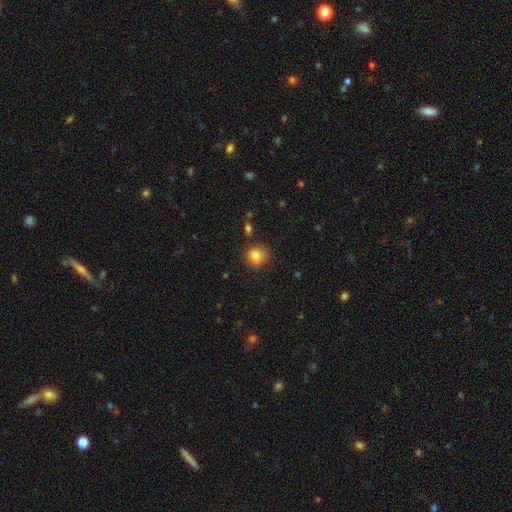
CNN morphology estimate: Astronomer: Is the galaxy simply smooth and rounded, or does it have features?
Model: smooth — 83%.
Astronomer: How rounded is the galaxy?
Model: round — 85%.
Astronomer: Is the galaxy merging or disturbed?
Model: none — 83%.